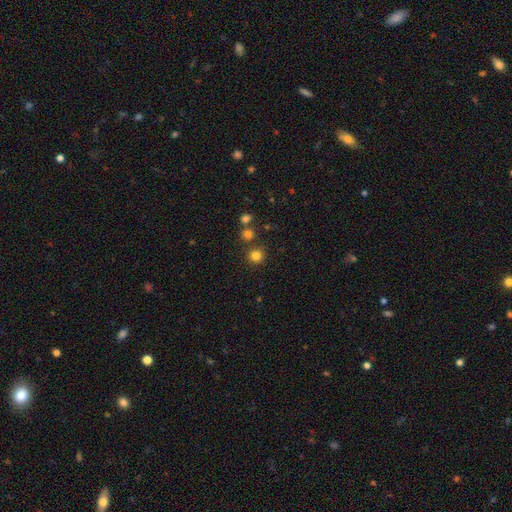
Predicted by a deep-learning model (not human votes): smooth 80%, star or artifact 15%, featured or disk 5%. Down the decision tree: how rounded — round (93%); merging — none (81%).